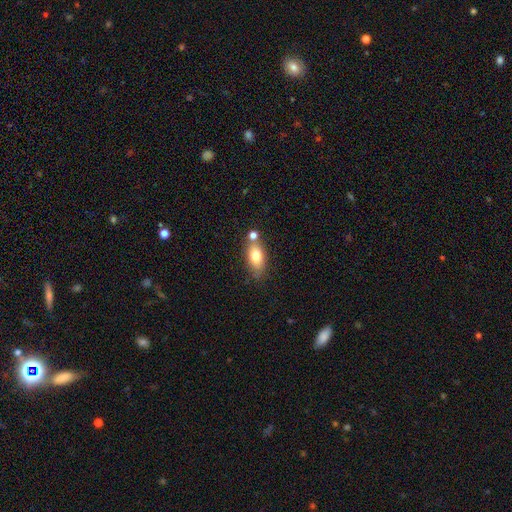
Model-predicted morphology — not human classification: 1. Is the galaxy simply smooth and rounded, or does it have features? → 75% smooth, 16% featured or disk, 8% star or artifact.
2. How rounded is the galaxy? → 83% in between, 9% round, 9% cigar-shaped.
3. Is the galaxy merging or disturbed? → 58% none, 22% merger, 15% minor disturbance, 4% major disturbance.